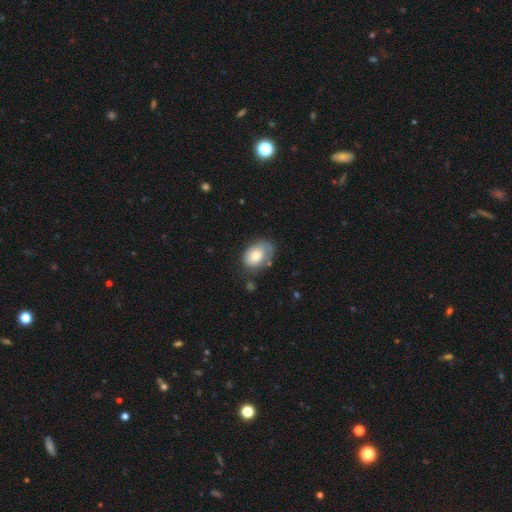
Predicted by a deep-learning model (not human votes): Smooth or featured?
  - smooth: 70% *
  - featured or disk: 23%
  - star or artifact: 7%
How rounded?
  - in between: 82% *
  - round: 17%
  - cigar-shaped: 1%
Merging?
  - none: 58% *
  - minor disturbance: 28%
  - major disturbance: 11%
  - merger: 4%